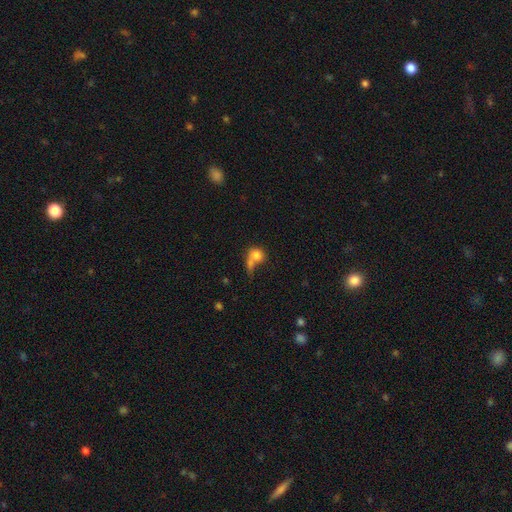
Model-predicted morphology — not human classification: Smooth or featured: smooth — 74% (featured or disk — 16%)
How rounded: round — 53% (in between — 44%)
Merging: merger — 44% (none — 25%)